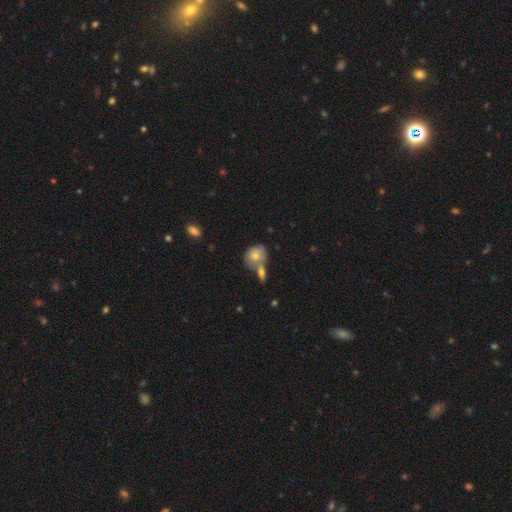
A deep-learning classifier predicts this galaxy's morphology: This appears to be a smooth galaxy with no disk features (75%) that is in between round and cigar-shaped (51%). Merging: none (40%, tied with merger).